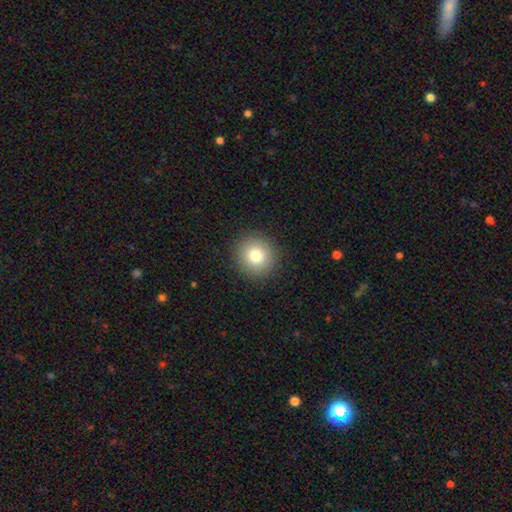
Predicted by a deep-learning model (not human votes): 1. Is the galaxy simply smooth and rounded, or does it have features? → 79% smooth, 12% star or artifact, 9% featured or disk.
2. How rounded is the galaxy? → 94% round, 5% in between, 1% cigar-shaped.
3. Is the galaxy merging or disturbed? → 92% none, 5% minor disturbance, 2% major disturbance, 1% merger.